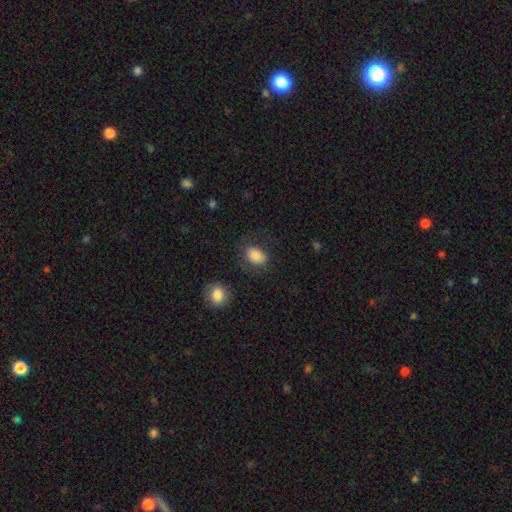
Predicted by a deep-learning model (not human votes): This is clearly a smooth galaxy (83%). How rounded: likely in between (72%). Merging: likely none (72%).